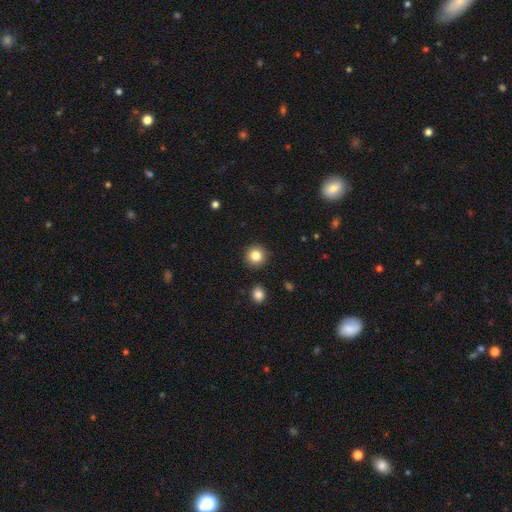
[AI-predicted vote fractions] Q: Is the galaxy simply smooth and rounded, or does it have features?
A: smooth — 83%.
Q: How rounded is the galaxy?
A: round — 94%.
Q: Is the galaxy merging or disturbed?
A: none — 91%.